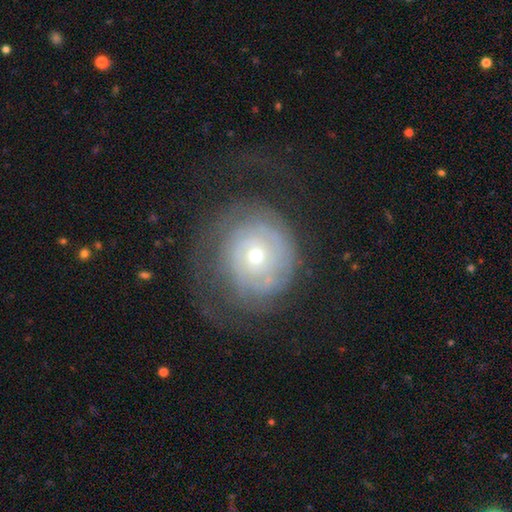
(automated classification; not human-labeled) Overall: featured or disk (73%). Edge-on disk: no (97%). Bar: no (83%). Spiral arms: yes (83%). Spiral arm count: can't tell (46%; 2 26%). Spiral winding: tight (73%). Bulge size: small (56%; moderate 39%). Merging: none (57%; major disturbance 23%).